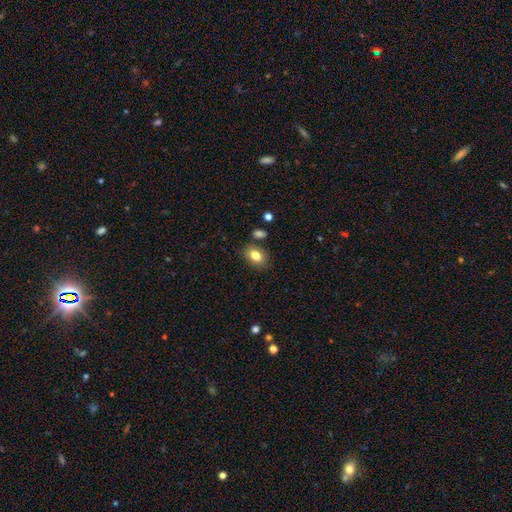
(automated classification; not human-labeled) A smooth galaxy with no disk features (81%) that is in between round and cigar-shaped (78%). Merging: none (78%).